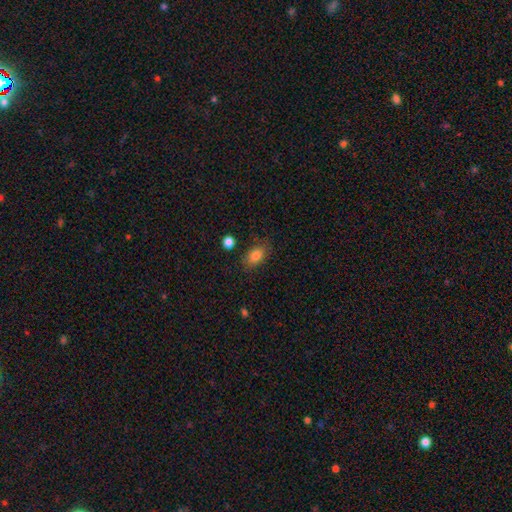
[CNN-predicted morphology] Q: Smooth or featured?
A: smooth (83%); runner-up: star or artifact (9%)
Q: How rounded?
A: in between (84%); runner-up: round (13%)
Q: Merging?
A: none (77%); runner-up: minor disturbance (16%)